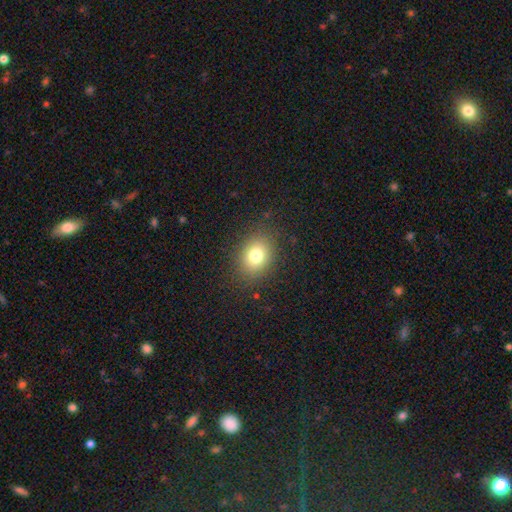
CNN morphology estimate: A smooth galaxy with no disk features (76%) that is in between round and cigar-shaped (51%). Merging: none (86%).